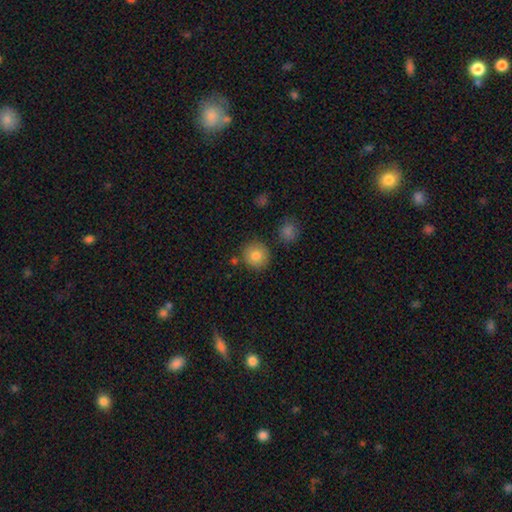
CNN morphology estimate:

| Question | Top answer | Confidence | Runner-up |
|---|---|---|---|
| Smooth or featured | smooth | 83% | star or artifact (9%) |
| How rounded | round | 92% | in between (7%) |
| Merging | none | 83% | minor disturbance (9%) |